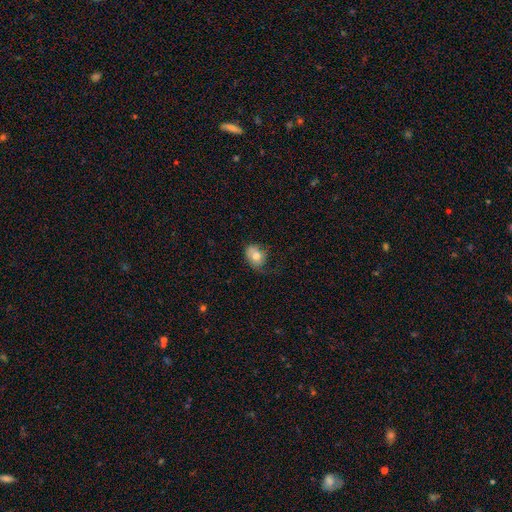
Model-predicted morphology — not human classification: type=smooth (74%); roundness=in between (63%); merging=none (51%).